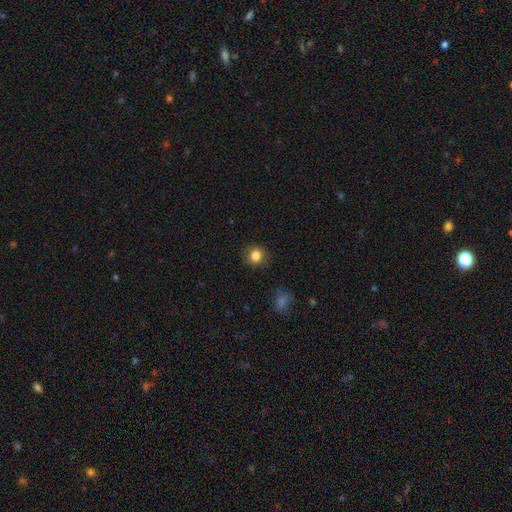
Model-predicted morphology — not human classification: smooth-or-featured: smooth: 84% | star or artifact: 11% | featured or disk: 6%
  how-rounded: round: 87% | in between: 12% | cigar-shaped: 1%
  merging: none: 88% | minor disturbance: 8% | major disturbance: 2% | merger: 1%